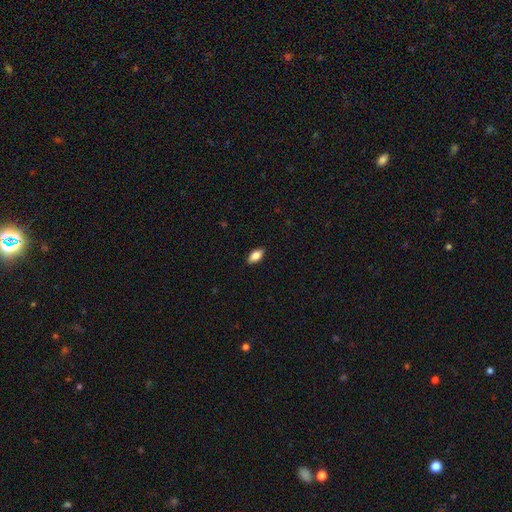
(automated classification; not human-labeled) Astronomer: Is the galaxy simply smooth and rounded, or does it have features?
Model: smooth — 82%.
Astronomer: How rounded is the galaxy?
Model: in between — 89%.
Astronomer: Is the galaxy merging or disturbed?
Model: none — 89%.